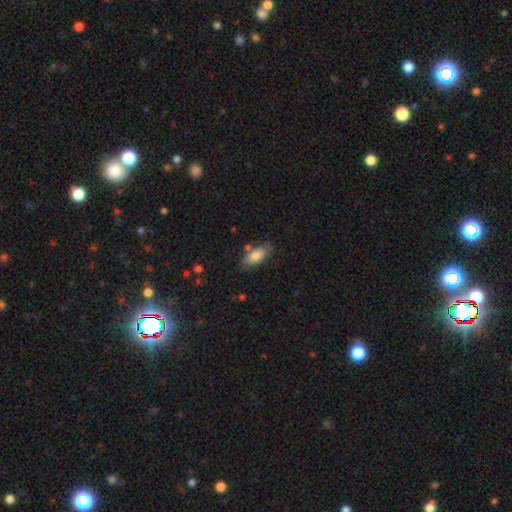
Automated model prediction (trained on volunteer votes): smooth 77%, featured or disk 16%, star or artifact 7%. Down the decision tree: how rounded — in between (82%); merging — none (75%).